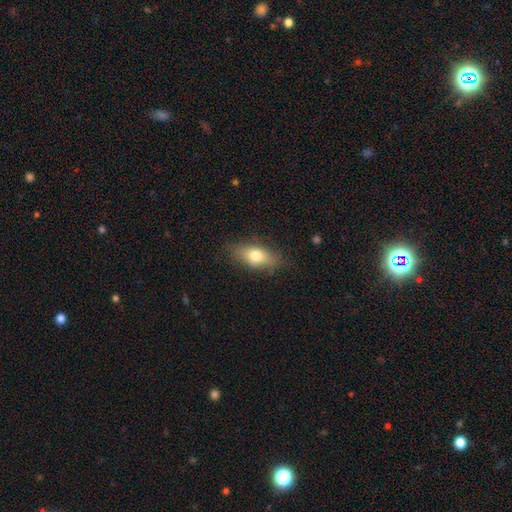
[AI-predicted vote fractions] A smooth galaxy with no disk features (71%) that is in between round and cigar-shaped (79%). Merging: none (80%).